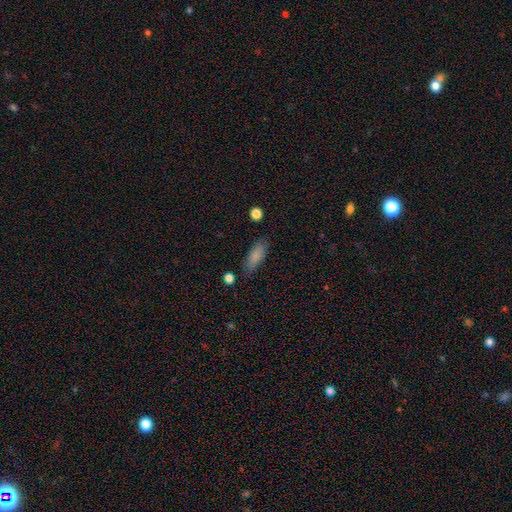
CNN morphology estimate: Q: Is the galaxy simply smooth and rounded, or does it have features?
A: smooth — 85%.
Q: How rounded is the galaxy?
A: in between — 67%.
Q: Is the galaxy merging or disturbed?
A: none — 82%.